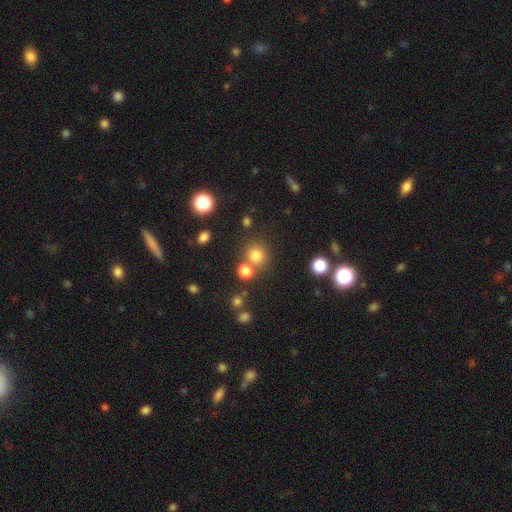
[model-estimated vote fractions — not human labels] Overall: smooth (77%). How rounded: round (86%). Merging: none (70%).